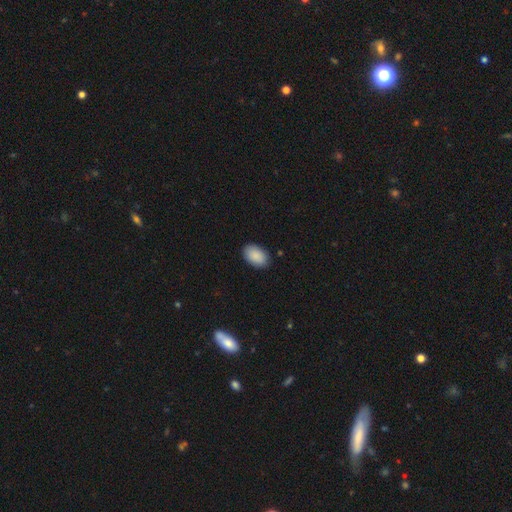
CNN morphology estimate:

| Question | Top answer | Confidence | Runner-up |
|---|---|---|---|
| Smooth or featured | smooth | 90% | star or artifact (6%) |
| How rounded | in between | 92% | round (7%) |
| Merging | none | 88% | minor disturbance (9%) |